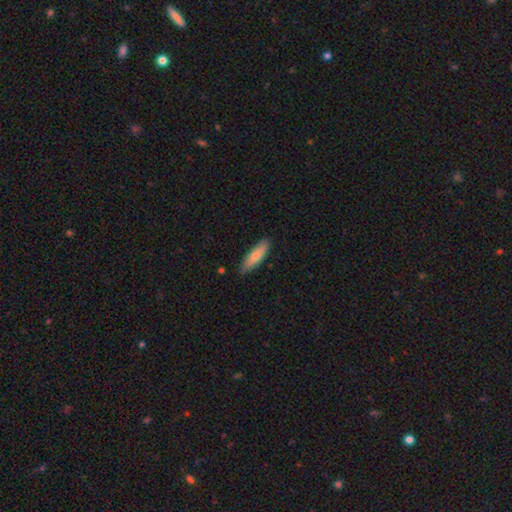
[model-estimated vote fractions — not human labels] smooth-or-featured: smooth: 75% | featured or disk: 19% | star or artifact: 5%
  how-rounded: cigar-shaped: 56% | in between: 42% | round: 2%
  merging: none: 86% | minor disturbance: 11% | major disturbance: 2% | merger: 1%